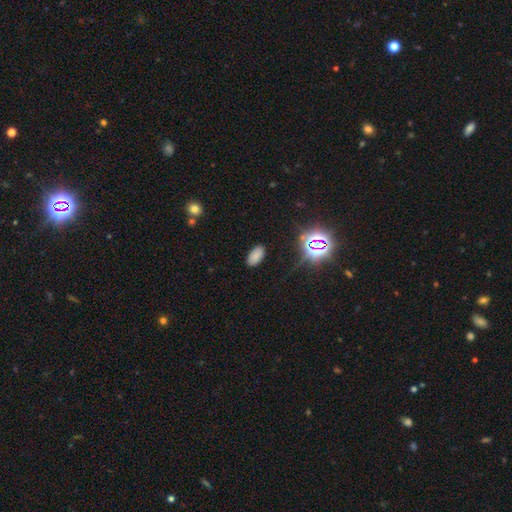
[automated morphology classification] smooth-or-featured: smooth: 74% | star or artifact: 20% | featured or disk: 6%
  how-rounded: in between: 95% | round: 3% | cigar-shaped: 2%
  merging: none: 86% | minor disturbance: 10% | major disturbance: 3% | merger: 1%